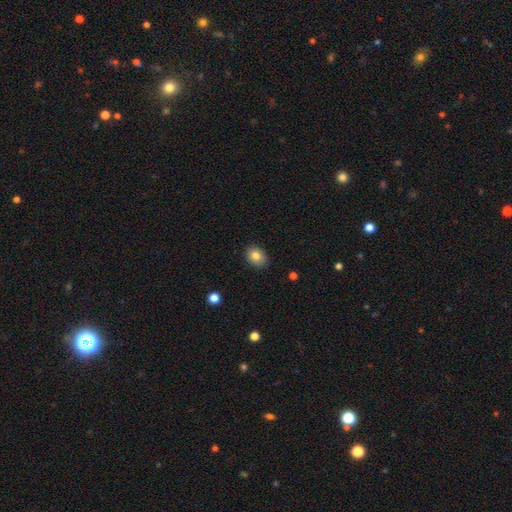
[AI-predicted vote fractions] Smooth or featured?
  - smooth: 81% *
  - featured or disk: 9%
  - star or artifact: 9%
How rounded?
  - in between: 60% *
  - round: 39%
  - cigar-shaped: 1%
Merging?
  - none: 87% *
  - minor disturbance: 10%
  - major disturbance: 2%
  - merger: 1%